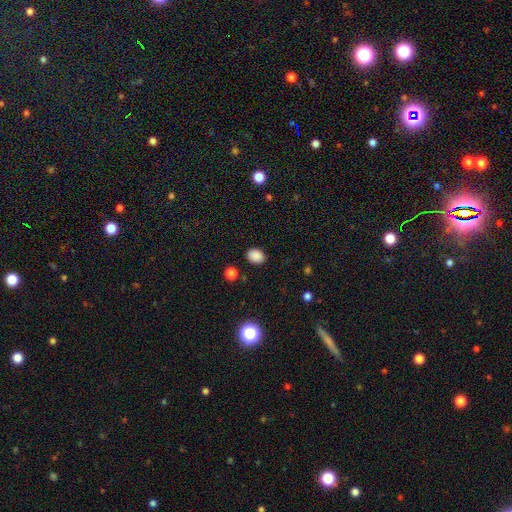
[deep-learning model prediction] Morphology: type=smooth (86%); roundness=in between (64%); merging=none (88%).